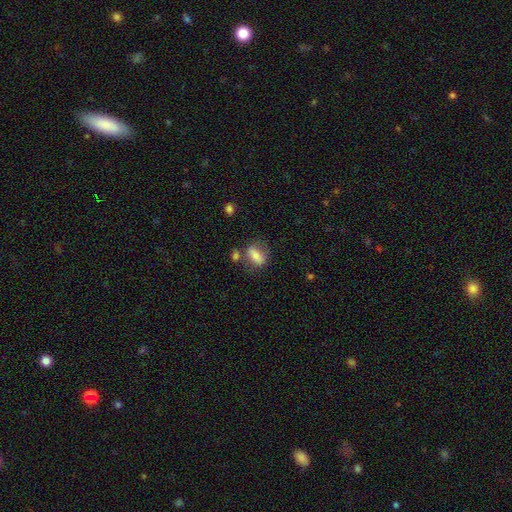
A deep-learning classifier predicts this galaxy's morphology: Smooth or featured? Predicted: smooth (p=0.74). How rounded? Predicted: in between (p=0.79). Merging? Predicted: none (p=0.53).